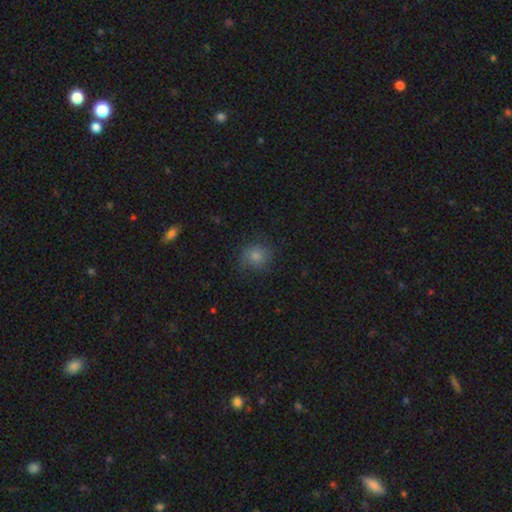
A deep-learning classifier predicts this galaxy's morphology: smooth-or-featured: smooth: 67% | featured or disk: 17% | star or artifact: 16%
  how-rounded: round: 82% | in between: 17% | cigar-shaped: 1%
  merging: none: 76% | minor disturbance: 17% | major disturbance: 6% | merger: 1%